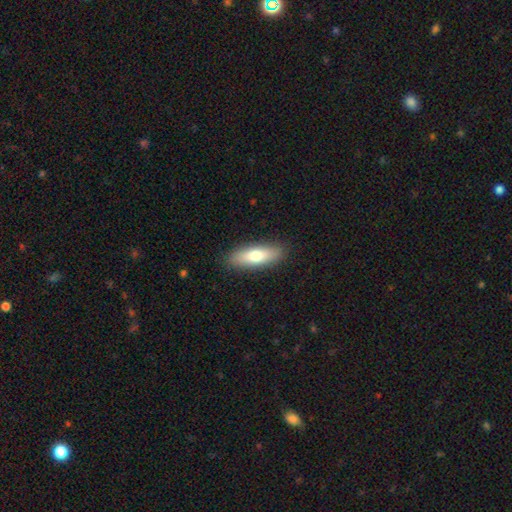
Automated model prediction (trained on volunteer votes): Overall: smooth (73%). How rounded: in between (55%; cigar-shaped 43%). Merging: none (89%).